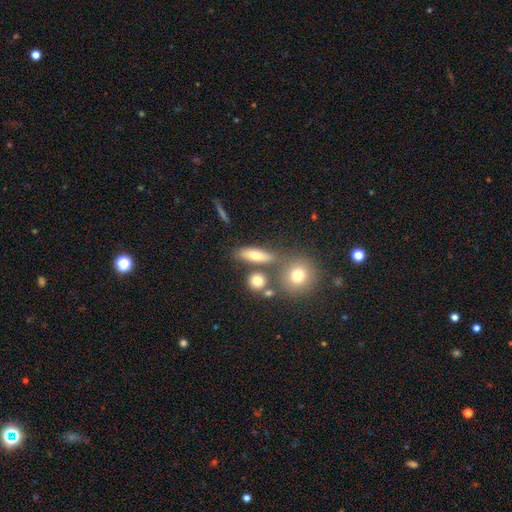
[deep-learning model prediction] A smooth galaxy with no disk features (63%) that is in between round and cigar-shaped (45%). Merging: none (71%).